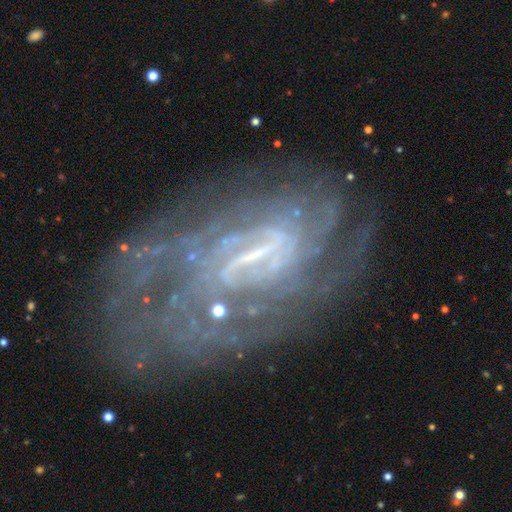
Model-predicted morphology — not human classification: A featured or disk galaxy (82%) with a weak bar (43%), tight (62%) spiral arms (88%) and a small central bulge (38%). Merging: none (64%).